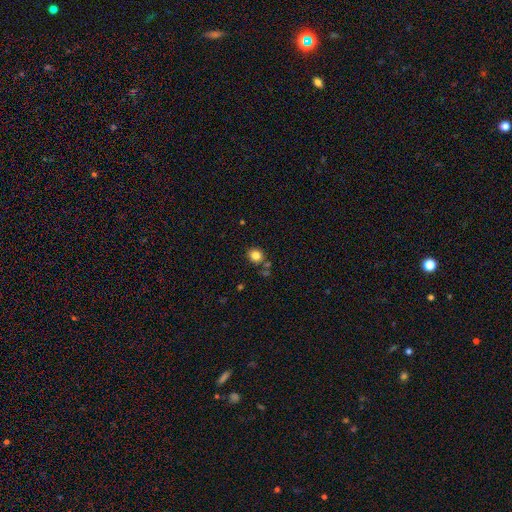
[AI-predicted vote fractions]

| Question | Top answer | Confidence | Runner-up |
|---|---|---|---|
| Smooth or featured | smooth | 83% | star or artifact (11%) |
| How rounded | round | 80% | in between (19%) |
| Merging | none | 78% | minor disturbance (11%) |